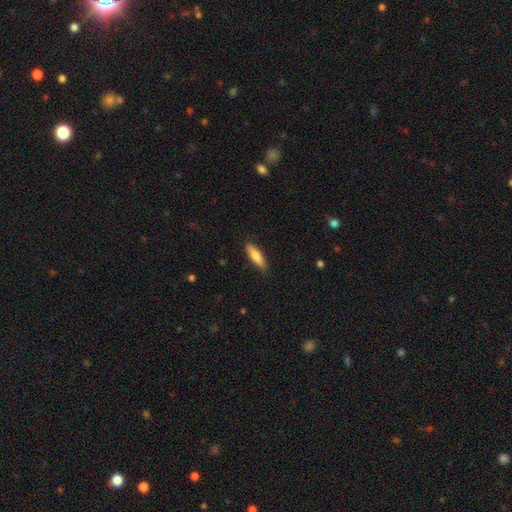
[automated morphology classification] smooth-or-featured: smooth: 76% | featured or disk: 18% | star or artifact: 6%
  how-rounded: cigar-shaped: 63% | in between: 35% | round: 2%
  merging: none: 89% | minor disturbance: 8% | major disturbance: 2% | merger: 1%